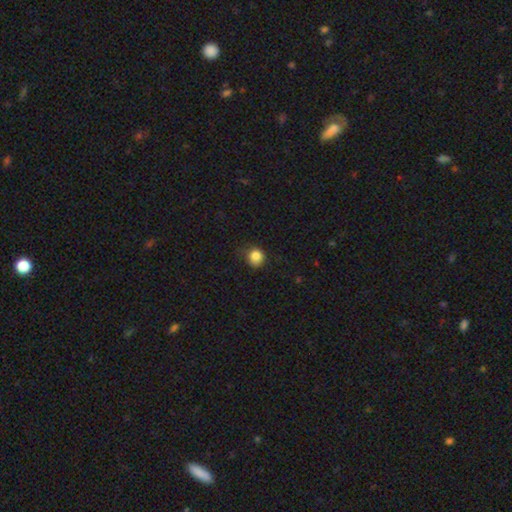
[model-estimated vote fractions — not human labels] This appears to be a smooth galaxy with no disk features (84%) that is round (83%). Merging: none (67%).